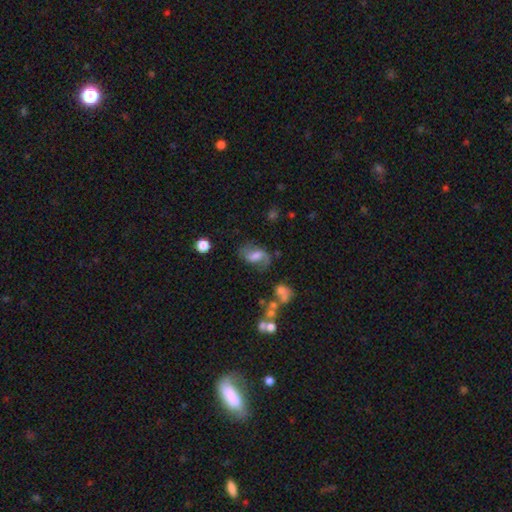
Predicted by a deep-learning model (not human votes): Smooth or featured: featured or disk — 55% (smooth — 35%)
Edge-on disk: no — 96% (yes — 4%)
Bar: weak — 47% (no — 34%)
Spiral arms: yes — 84% (no — 16%)
Bulge size: moderate — 39% (large — 22%)
Merging: none — 57% (minor disturbance — 23%)